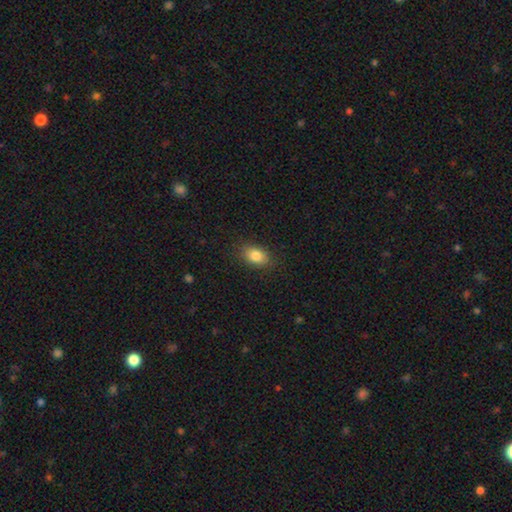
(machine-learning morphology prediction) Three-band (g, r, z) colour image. It shows a smooth galaxy with no disk features (85%) that is in between round and cigar-shaped (85%). Merging: none (86%).